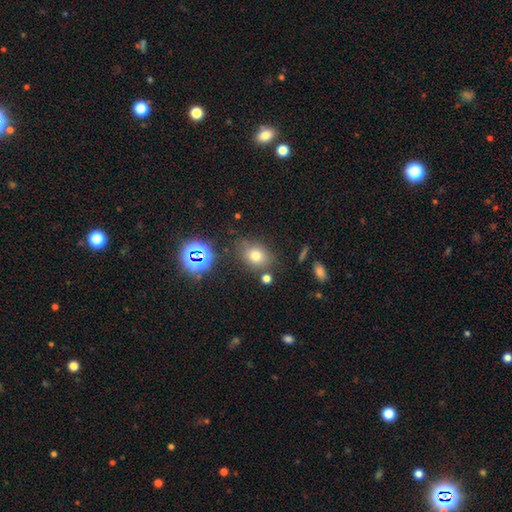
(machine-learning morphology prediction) This is likely a smooth galaxy (71%). How rounded: possibly in between (54%). Merging: likely none (74%).